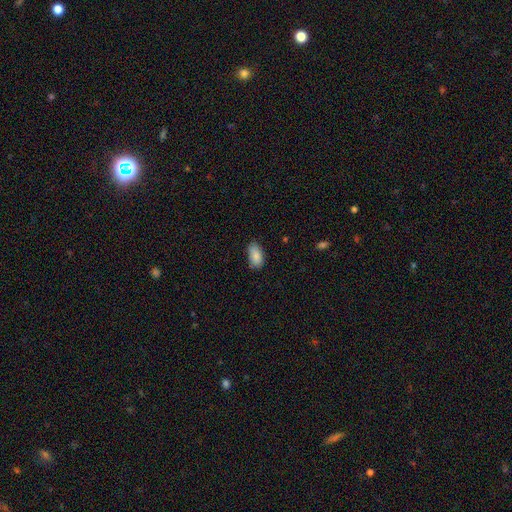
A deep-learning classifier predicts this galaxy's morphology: smooth 88%, star or artifact 7%, featured or disk 5%. Down the decision tree: how rounded — in between (93%); merging — none (77%).